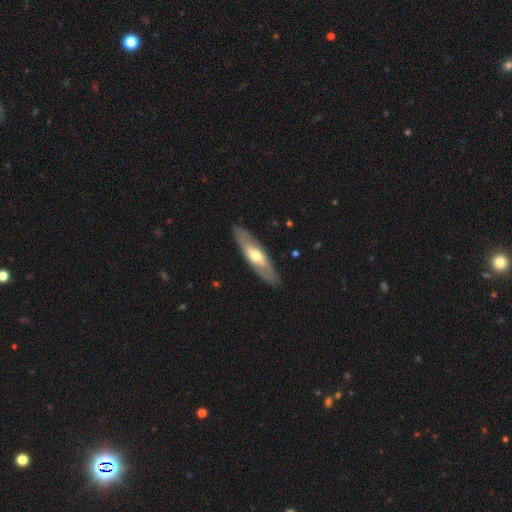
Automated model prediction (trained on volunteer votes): featured or disk 54%, smooth 42%, star or artifact 5%. Down the decision tree: edge-on disk — no (51%); merging — none (87%).